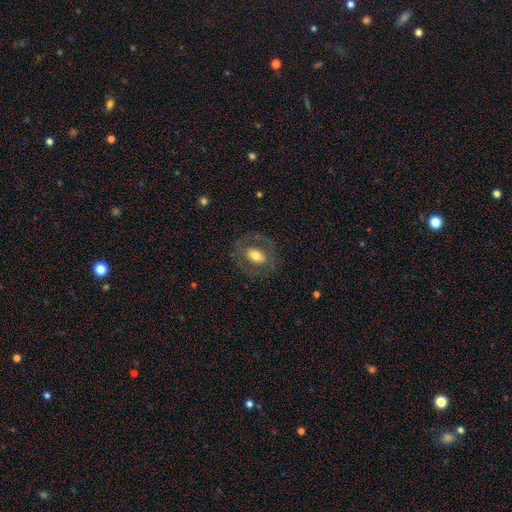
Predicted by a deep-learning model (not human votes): This is possibly a smooth galaxy (51%). How rounded: likely in between (63%). Merging: likely none (75%).